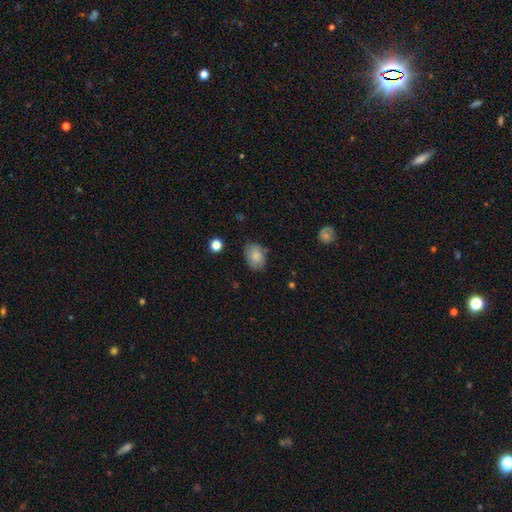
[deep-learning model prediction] The model was most divided on "merging": none: 71%, minor disturbance: 22%, major disturbance: 5%, merger: 2%. More confident: smooth or featured — smooth (80%); how rounded — in between (76%).